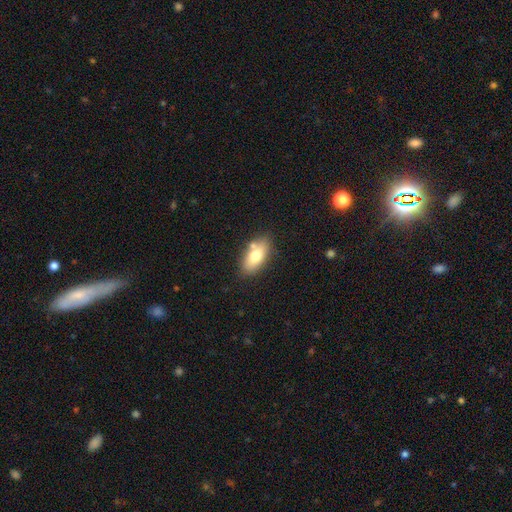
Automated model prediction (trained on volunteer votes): A smooth galaxy with no disk features (73%) that is in between round and cigar-shaped (87%). Merging: none (73%).